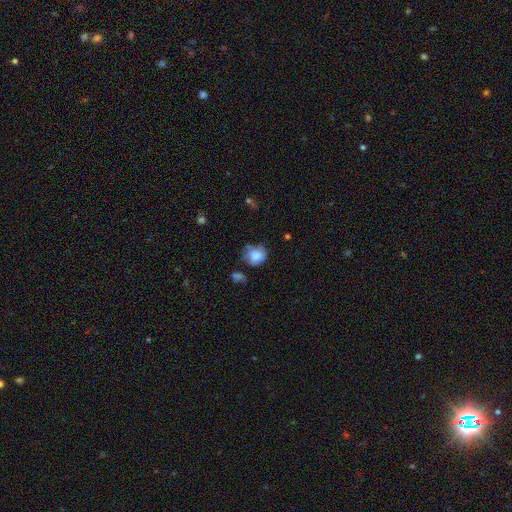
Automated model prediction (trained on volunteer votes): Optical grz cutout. It shows a smooth galaxy with no disk features (75%) that is round (68%). Merging: none (48%).